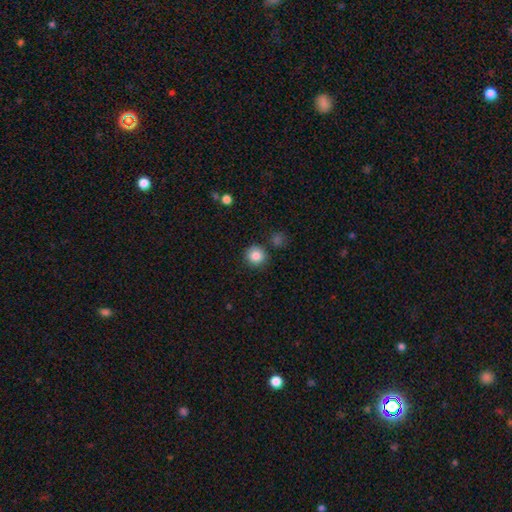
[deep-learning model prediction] Smooth or featured: smooth — 85% (star or artifact — 10%)
How rounded: round — 94% (in between — 5%)
Merging: none — 87% (minor disturbance — 7%)